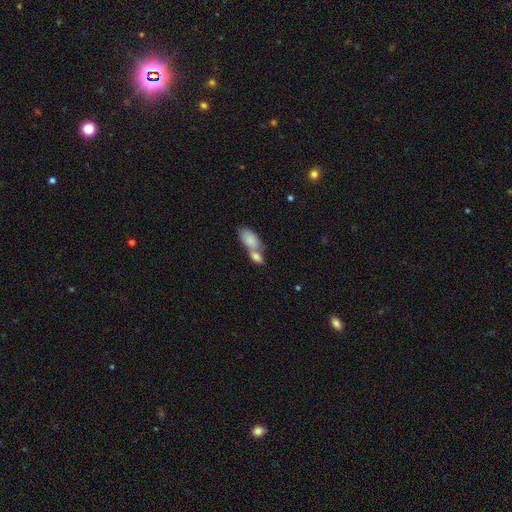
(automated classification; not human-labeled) This is clearly a smooth galaxy (80%). How rounded: clearly in between (88%). Merging: likely merger (65%).